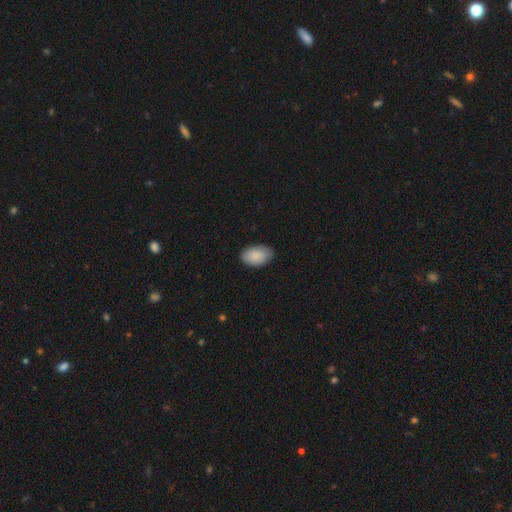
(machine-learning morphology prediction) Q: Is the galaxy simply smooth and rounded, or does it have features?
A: smooth — 89%.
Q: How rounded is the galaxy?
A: in between — 93%.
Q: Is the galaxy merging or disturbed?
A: none — 86%.